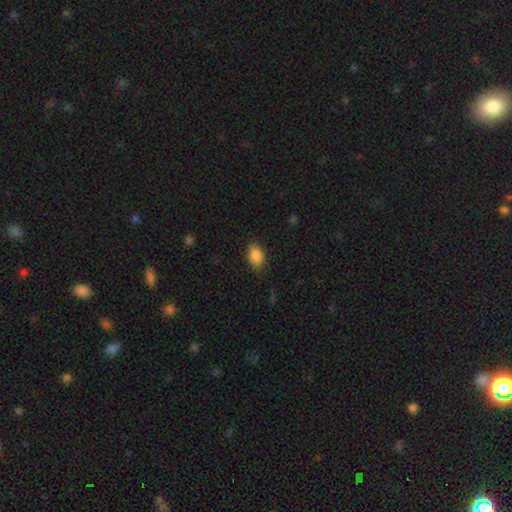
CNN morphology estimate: A smooth galaxy with no disk features (87%) that is in between round and cigar-shaped (87%).

Vote fractions:
- Smooth or featured? smooth: 87% / star or artifact: 8% / featured or disk: 5%
- How rounded? in between: 87% / round: 11% / cigar-shaped: 2%
- Merging? none: 82% / minor disturbance: 13% / major disturbance: 3% / merger: 1%